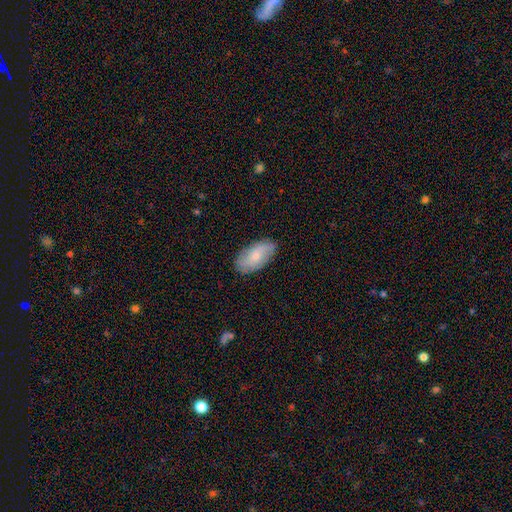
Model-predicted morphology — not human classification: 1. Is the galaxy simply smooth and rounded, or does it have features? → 61% smooth, 33% featured or disk, 7% star or artifact.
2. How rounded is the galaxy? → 92% in between, 5% cigar-shaped, 3% round.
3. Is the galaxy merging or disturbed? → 81% none, 15% minor disturbance, 3% major disturbance, 1% merger.